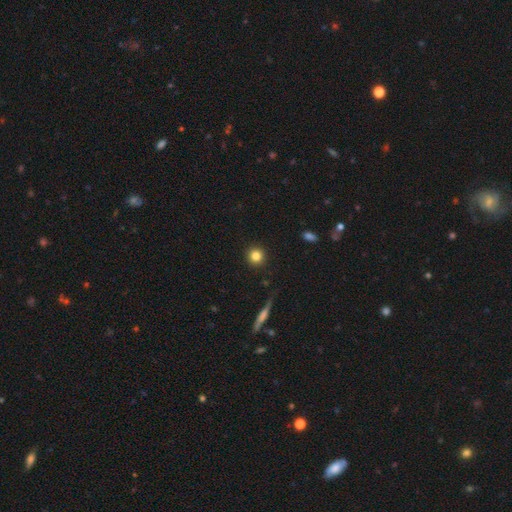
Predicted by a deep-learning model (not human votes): The model was most divided on "smooth or featured": smooth: 83%, star or artifact: 11%, featured or disk: 6%. More confident: how rounded — round (94%); merging — none (92%).